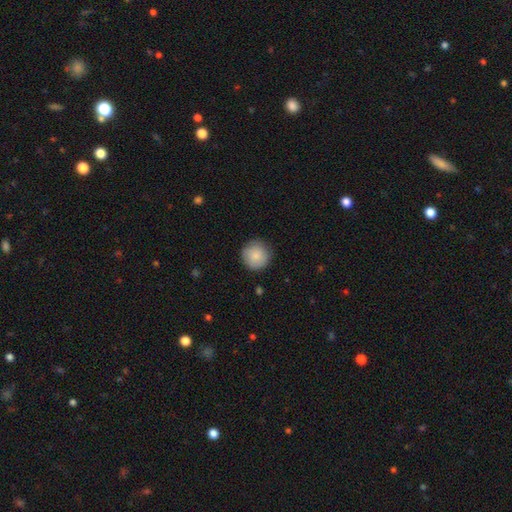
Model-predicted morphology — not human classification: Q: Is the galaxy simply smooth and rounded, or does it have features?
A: smooth — 86%.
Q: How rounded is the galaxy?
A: round — 96%.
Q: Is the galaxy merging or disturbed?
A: none — 88%.